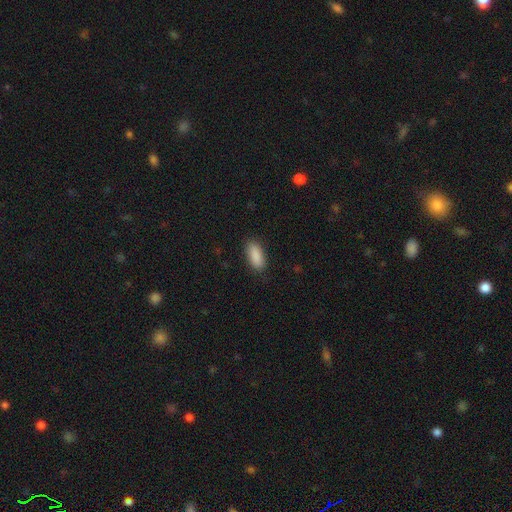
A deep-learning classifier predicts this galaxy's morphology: Smooth or featured? smooth (90%)
How rounded? in between (82%)
Merging? none (86%)